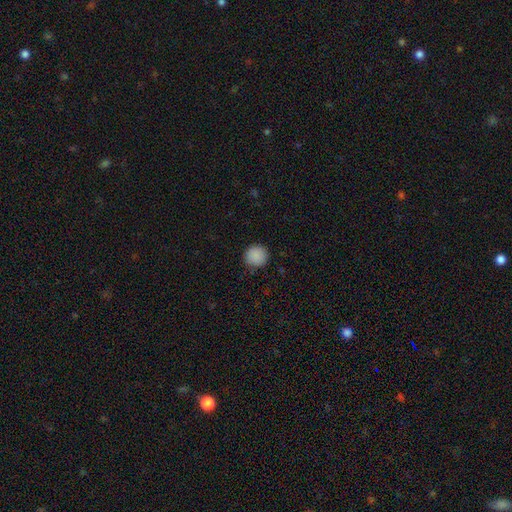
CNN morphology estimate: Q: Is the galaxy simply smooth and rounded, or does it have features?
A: smooth — 89%.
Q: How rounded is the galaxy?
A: round — 94%.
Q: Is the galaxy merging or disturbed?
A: none — 90%.